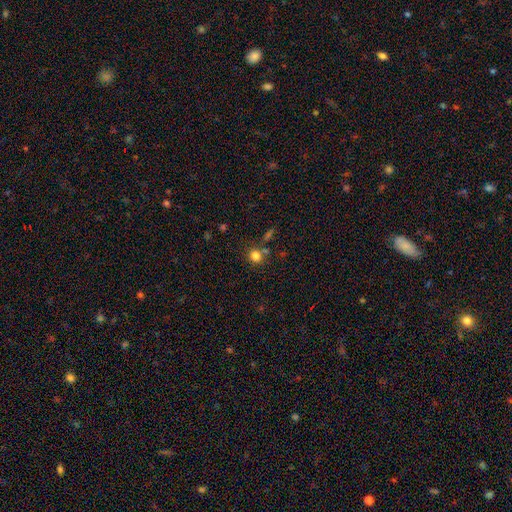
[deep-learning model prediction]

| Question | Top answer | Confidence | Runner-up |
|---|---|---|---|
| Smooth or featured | smooth | 81% | star or artifact (13%) |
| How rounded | round | 84% | in between (15%) |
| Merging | none | 72% | merger (13%) |